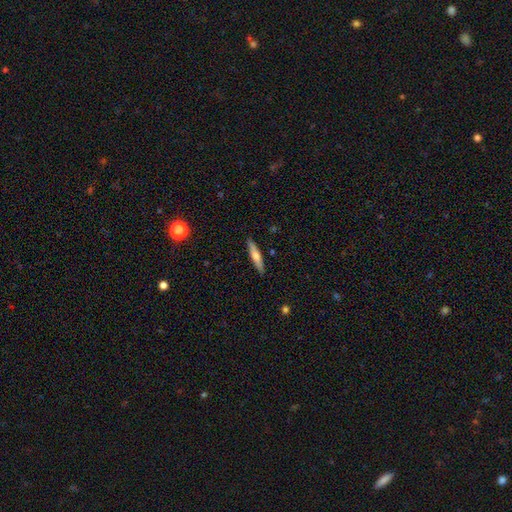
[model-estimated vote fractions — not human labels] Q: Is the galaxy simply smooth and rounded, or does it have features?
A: smooth — 57%.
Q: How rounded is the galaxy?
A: cigar-shaped — 87%.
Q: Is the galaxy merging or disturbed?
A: none — 89%.